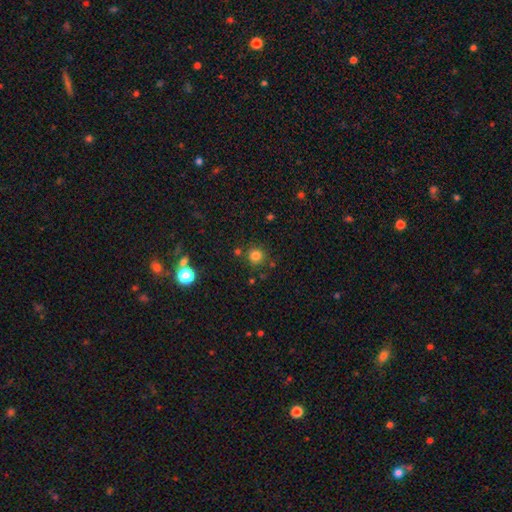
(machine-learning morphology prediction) This appears to be a smooth galaxy with no disk features (80%) that is round (93%). Merging: none (81%).